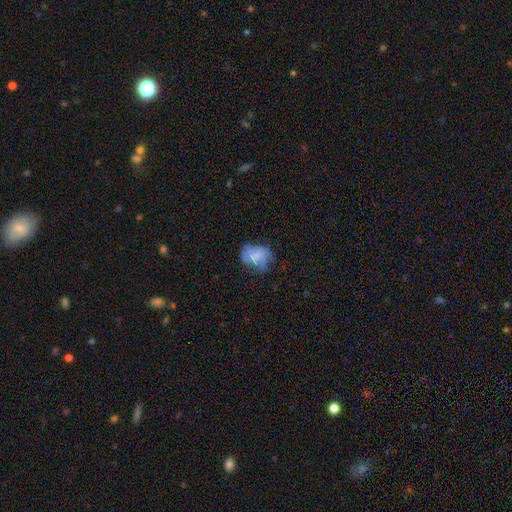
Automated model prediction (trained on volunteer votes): A smooth galaxy with no disk features (45%, tied with featured or disk).

Vote fractions:
- Smooth or featured? smooth: 45% (tied) / featured or disk: 45% (tied) / star or artifact: 10%
- Merging? none: 48% / minor disturbance: 28% / major disturbance: 21% / merger: 2%